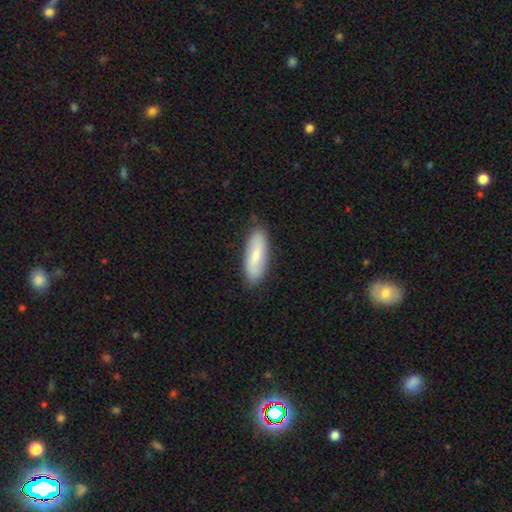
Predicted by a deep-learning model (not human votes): smooth 66%, featured or disk 29%, star or artifact 6%. Down the decision tree: how rounded — in between (68%); merging — none (83%).